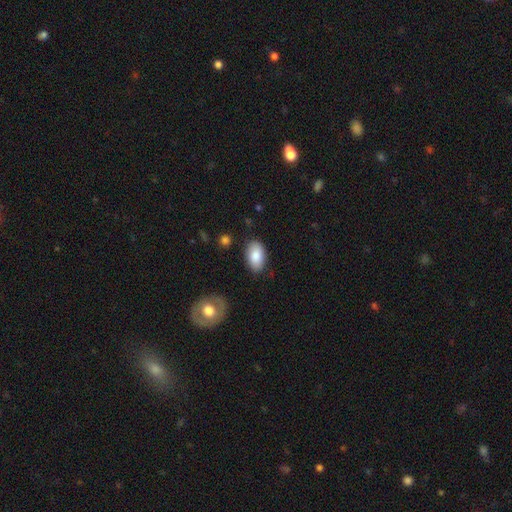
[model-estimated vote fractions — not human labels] Smooth or featured?
  - smooth: 86% *
  - featured or disk: 8%
  - star or artifact: 6%
How rounded?
  - in between: 94% *
  - round: 5%
  - cigar-shaped: 1%
Merging?
  - none: 82% *
  - minor disturbance: 14%
  - major disturbance: 3%
  - merger: 2%